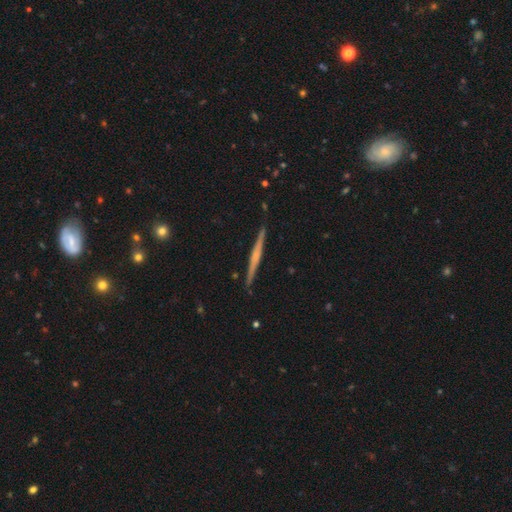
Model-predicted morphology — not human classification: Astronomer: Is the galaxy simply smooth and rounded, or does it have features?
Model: featured or disk — 69%.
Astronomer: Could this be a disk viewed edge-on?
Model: yes — 98%.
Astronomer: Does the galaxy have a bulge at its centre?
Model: none — 51% (runner-up: rounded, 35%).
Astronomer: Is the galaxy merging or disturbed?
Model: none — 91%.